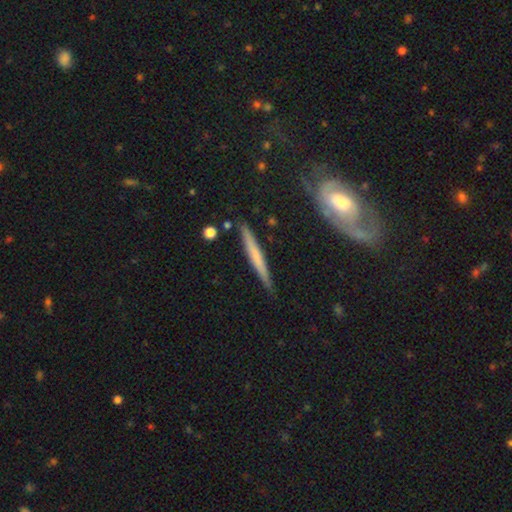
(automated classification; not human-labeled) Morphology: type=smooth (49%); merging=none (85%).